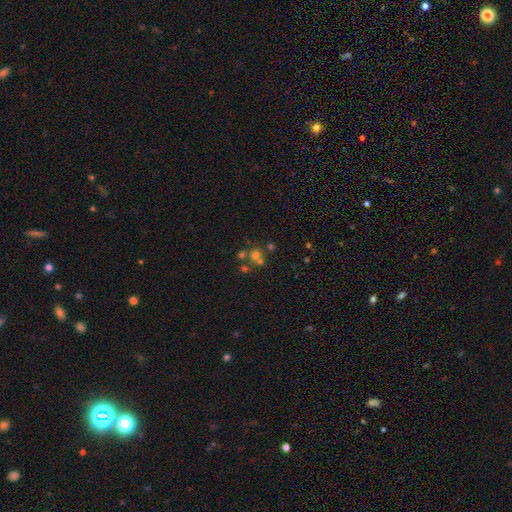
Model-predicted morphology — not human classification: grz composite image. It shows a smooth galaxy with no disk features (56%) that is round (86%). Merging: none (50%).